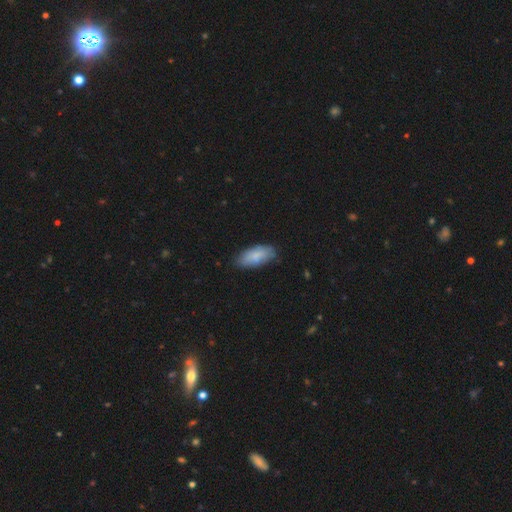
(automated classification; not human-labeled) Smooth or featured? Predicted: smooth (p=0.83). How rounded? Predicted: in between (p=0.89). Merging? Predicted: none (p=0.75).